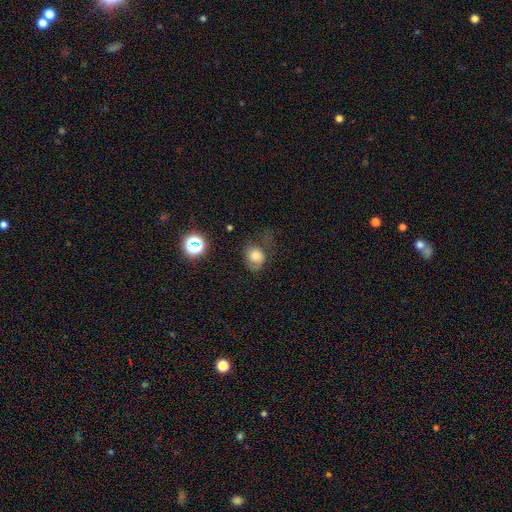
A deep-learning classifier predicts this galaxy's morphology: Smooth or featured: smooth — 70% (featured or disk — 16%)
How rounded: round — 59% (in between — 40%)
Merging: none — 45% (minor disturbance — 29%)